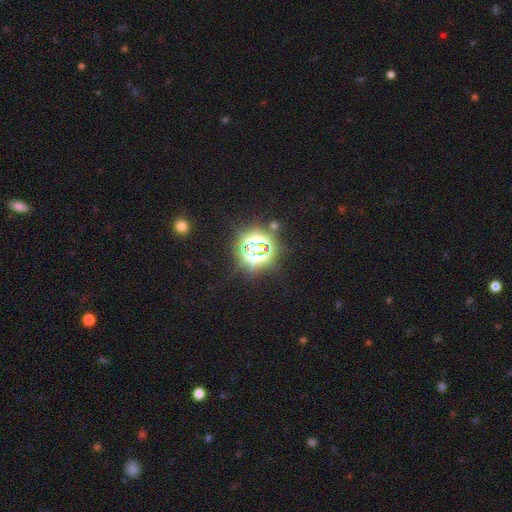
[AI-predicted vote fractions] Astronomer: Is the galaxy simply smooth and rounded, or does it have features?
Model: star or artifact — 81%.